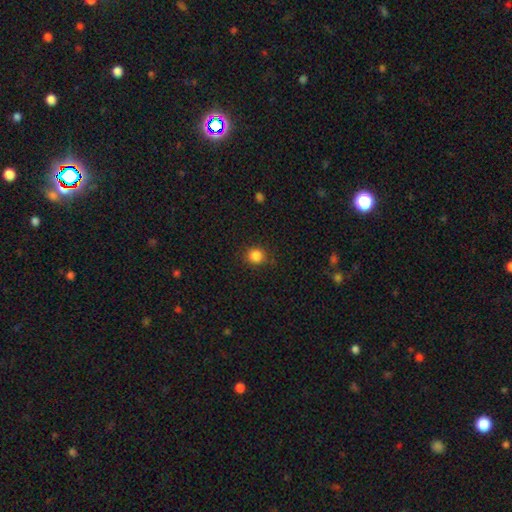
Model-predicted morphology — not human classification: Q: Smooth or featured?
A: smooth (85%); runner-up: star or artifact (11%)
Q: How rounded?
A: round (88%); runner-up: in between (11%)
Q: Merging?
A: none (85%); runner-up: minor disturbance (11%)